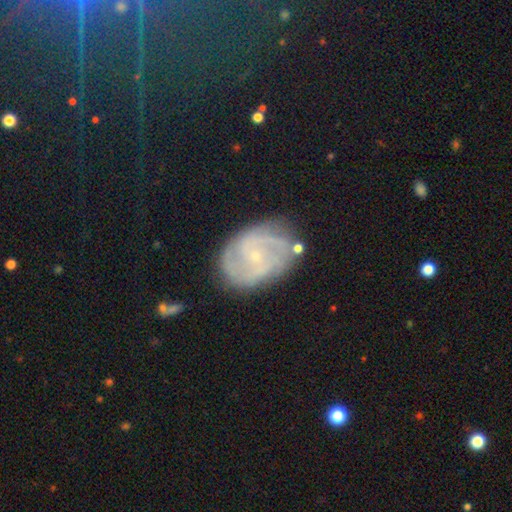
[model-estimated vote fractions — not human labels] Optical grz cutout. It shows a featured or disk galaxy (83%) with no bar (58%), 2 (38%) tight (44%) spiral arms (95%) and a small central bulge (84%). Merging: none (74%).